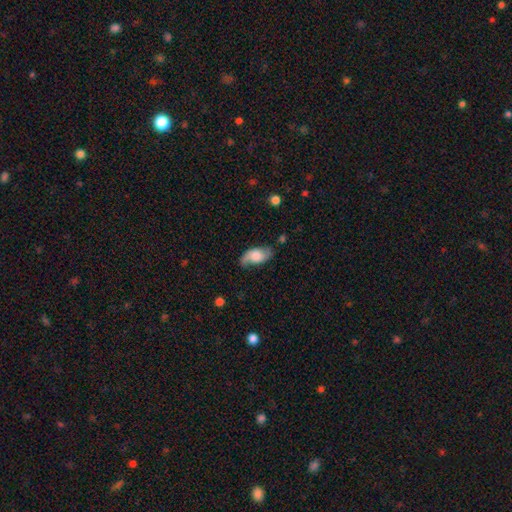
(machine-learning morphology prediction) This appears to be a featured or disk galaxy (47%). Merging: none (66%).